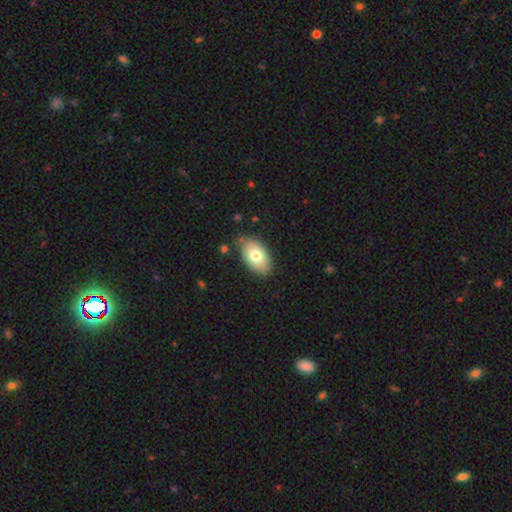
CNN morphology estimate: type=smooth (76%); roundness=in between (92%); merging=none (81%).